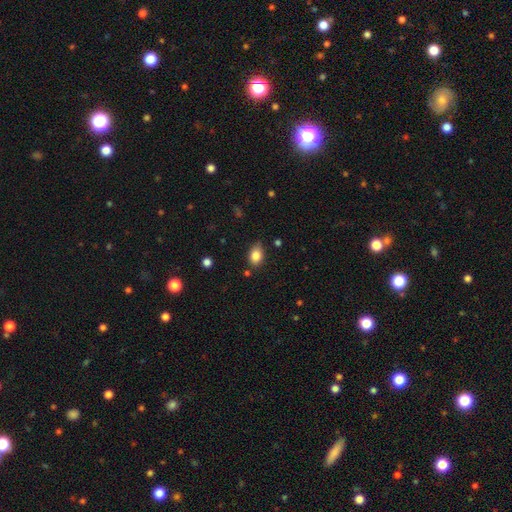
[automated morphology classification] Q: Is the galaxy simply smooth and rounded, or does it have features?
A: smooth — 84%.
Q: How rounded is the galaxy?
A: in between — 77%.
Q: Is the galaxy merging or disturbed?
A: none — 75%.